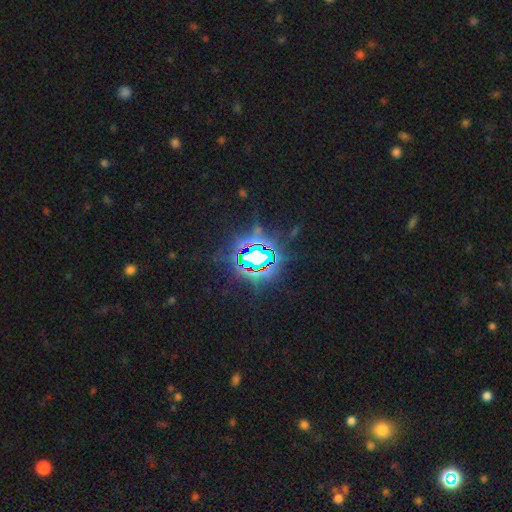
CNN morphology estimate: type=star or artifact (81%).